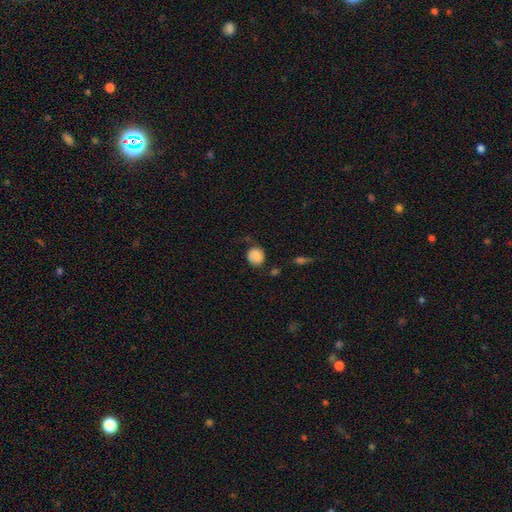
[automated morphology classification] smooth_or_featured: smooth (p=0.77) [alt: featured or disk p=0.14]
how_rounded: round (p=0.74) [alt: in between p=0.25]
merging: none (p=0.62) [alt: minor disturbance p=0.26]